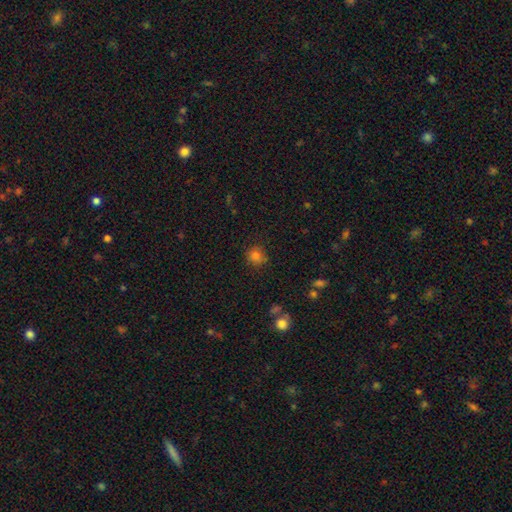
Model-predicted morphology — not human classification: smooth 80%, star or artifact 15%, featured or disk 6%. Down the decision tree: how rounded — round (89%); merging — none (85%).